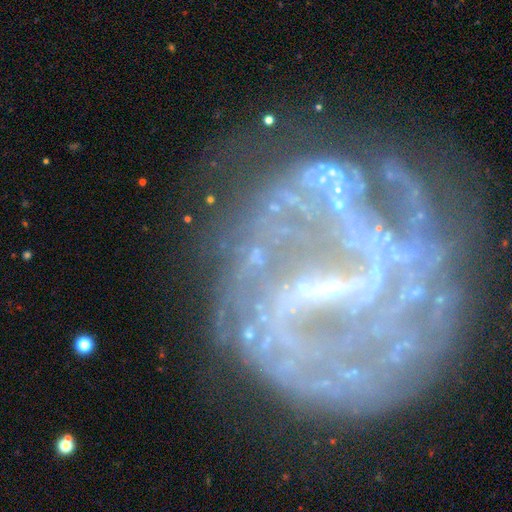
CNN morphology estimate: Smooth or featured?
  - star or artifact: 42% *
  - featured or disk: 38%
  - smooth: 20%